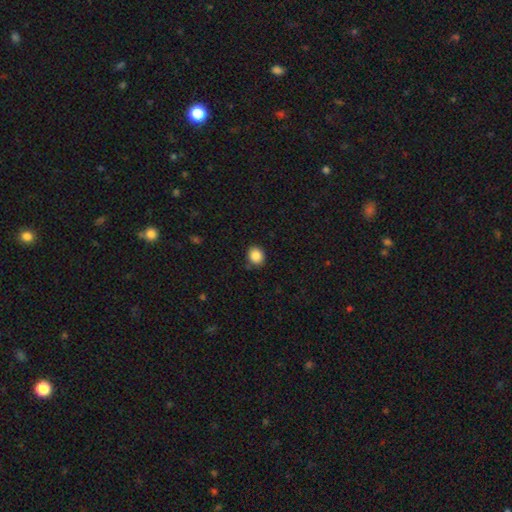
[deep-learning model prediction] Morphology: type=smooth (87%); roundness=round (73%); merging=none (87%).